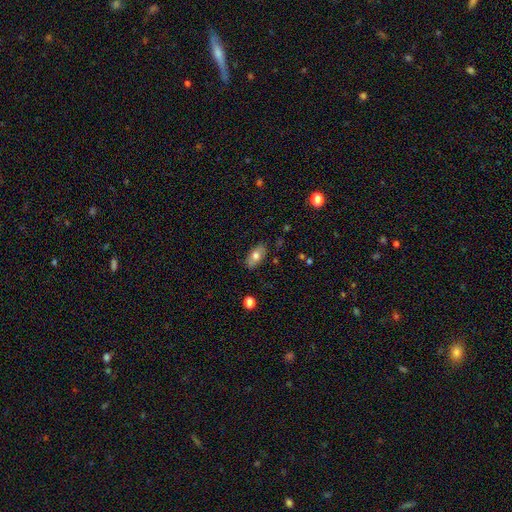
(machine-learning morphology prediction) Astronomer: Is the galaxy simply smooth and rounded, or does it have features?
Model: smooth — 67%.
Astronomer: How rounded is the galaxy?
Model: in between — 89%.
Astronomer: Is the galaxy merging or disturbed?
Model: none — 82%.